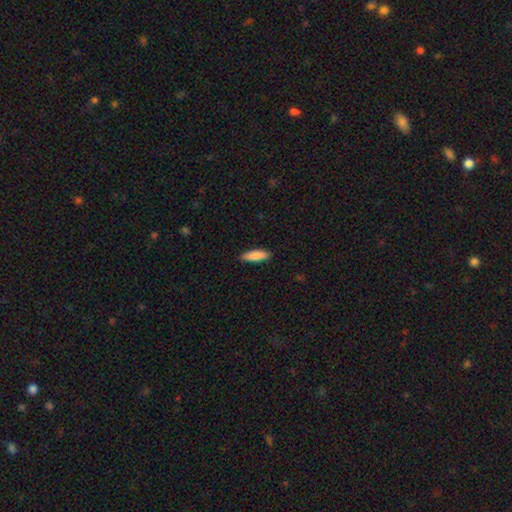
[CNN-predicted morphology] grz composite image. It shows a smooth galaxy with no disk features (87%) that is cigar-shaped (54%). Merging: none (88%).